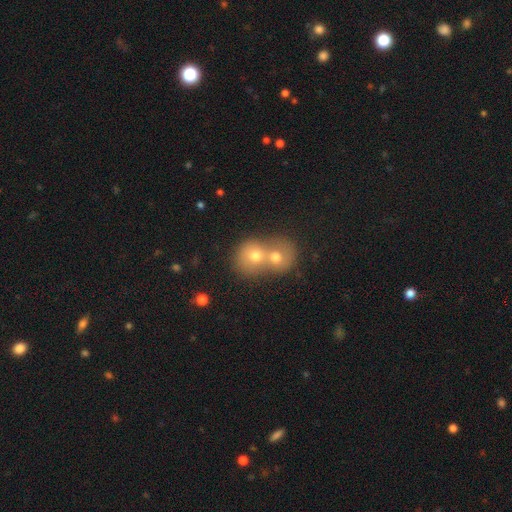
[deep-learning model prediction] Smooth or featured?
  - smooth: 64% *
  - featured or disk: 24%
  - star or artifact: 12%
How rounded?
  - round: 70% *
  - in between: 29%
  - cigar-shaped: 1%
Merging?
  - merger: 75% *
  - none: 18%
  - minor disturbance: 4%
  - major disturbance: 3%